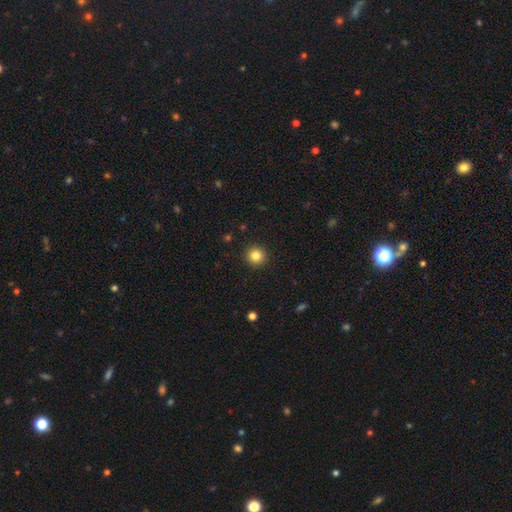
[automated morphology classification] smooth 83%, star or artifact 11%, featured or disk 5%. Down the decision tree: how rounded — round (94%); merging — none (93%).